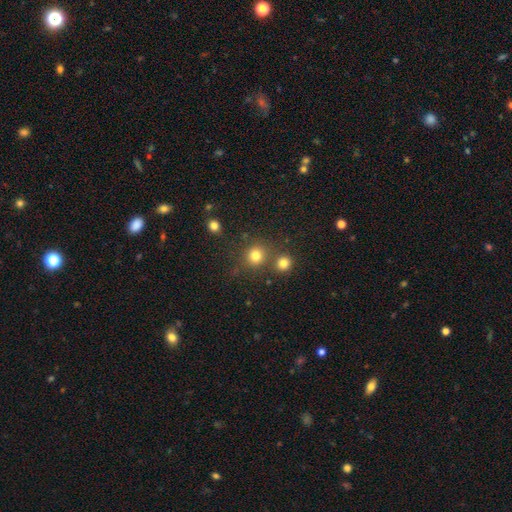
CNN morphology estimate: smooth-or-featured: smooth: 79% | star or artifact: 15% | featured or disk: 6%
  how-rounded: round: 88% | in between: 11% | cigar-shaped: 1%
  merging: none: 71% | merger: 18% | minor disturbance: 8% | major disturbance: 3%